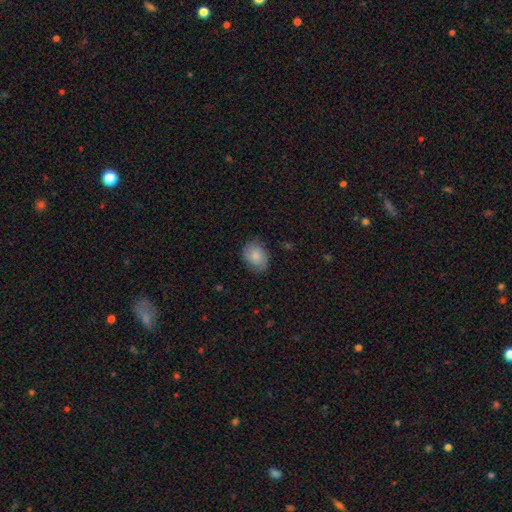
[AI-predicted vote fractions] This is likely a smooth galaxy (76%). How rounded: likely in between (64%). Merging: likely none (75%).